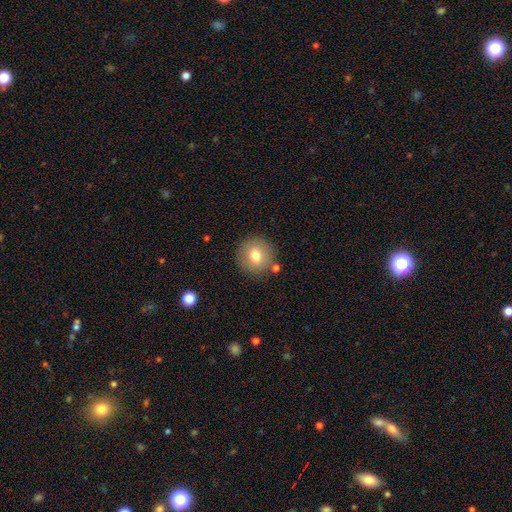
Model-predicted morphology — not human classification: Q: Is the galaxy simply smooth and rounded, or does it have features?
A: smooth — 75%.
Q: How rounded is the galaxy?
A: round — 92%.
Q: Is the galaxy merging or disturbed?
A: none — 84%.